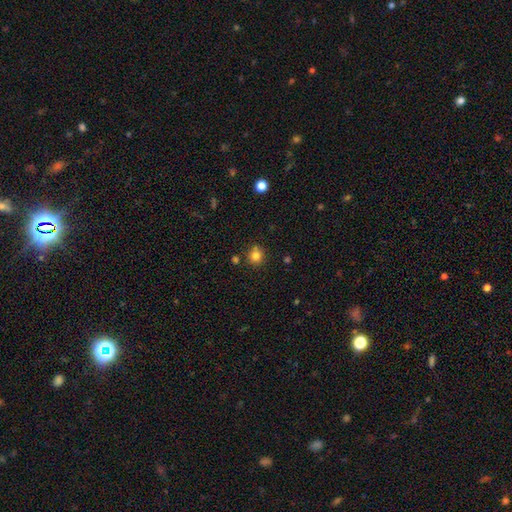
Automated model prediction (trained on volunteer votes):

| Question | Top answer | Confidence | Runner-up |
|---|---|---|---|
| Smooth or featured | smooth | 80% | star or artifact (13%) |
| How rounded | round | 87% | in between (12%) |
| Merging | none | 80% | minor disturbance (11%) |